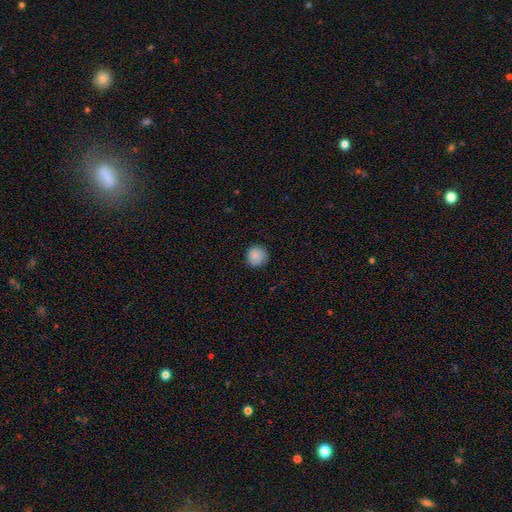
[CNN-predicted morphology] This appears to be a smooth galaxy with no disk features (88%) that is round (93%). Merging: none (86%).